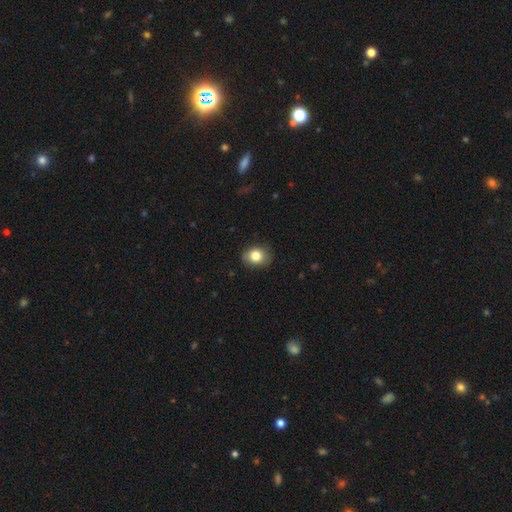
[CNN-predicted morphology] Q: Smooth or featured?
A: smooth (81%); runner-up: featured or disk (10%)
Q: How rounded?
A: round (51%); runner-up: in between (48%)
Q: Merging?
A: none (82%); runner-up: minor disturbance (14%)